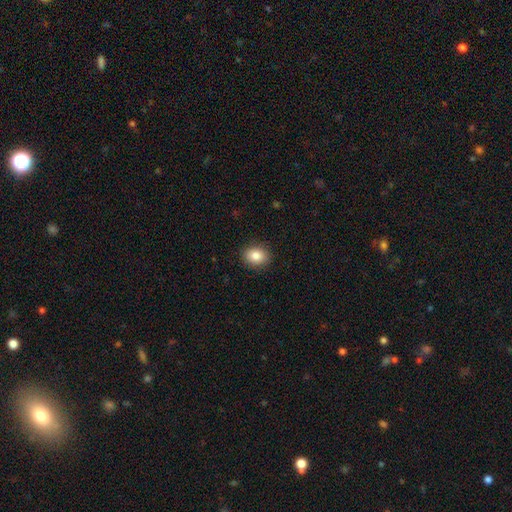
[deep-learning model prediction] A smooth galaxy with no disk features (85%) that is in between round and cigar-shaped (55%). Merging: none (90%).